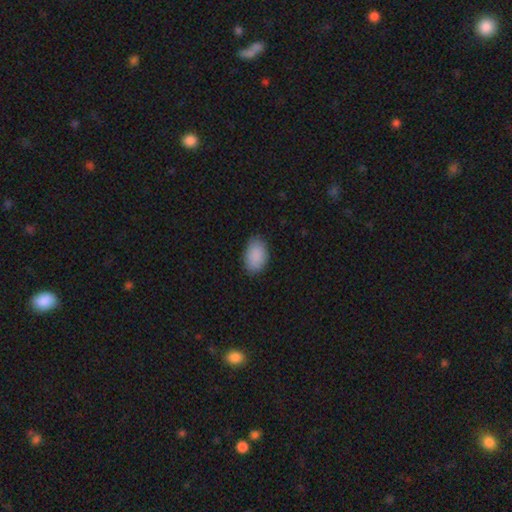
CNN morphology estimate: Overall: smooth (90%). How rounded: in between (90%). Merging: none (83%).